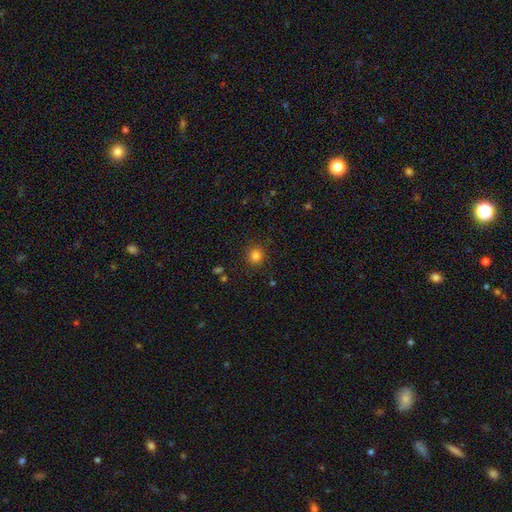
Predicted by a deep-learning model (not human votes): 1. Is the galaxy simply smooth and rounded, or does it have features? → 83% smooth, 13% star or artifact, 5% featured or disk.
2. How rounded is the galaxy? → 90% round, 9% in between, 1% cigar-shaped.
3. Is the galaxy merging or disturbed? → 89% none, 7% minor disturbance, 3% major disturbance, 1% merger.